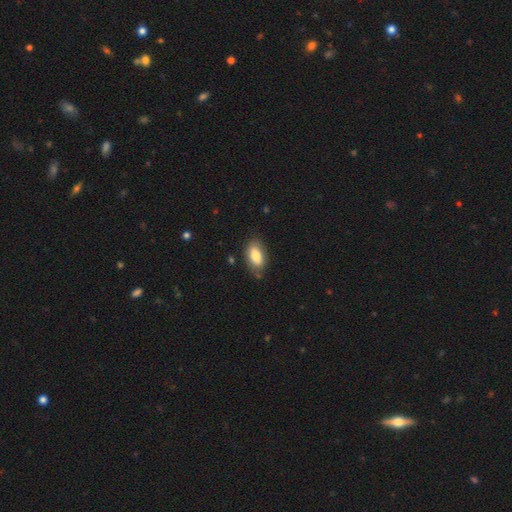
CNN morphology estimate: A smooth galaxy with no disk features (80%) that is in between round and cigar-shaped (92%). Merging: none (77%).